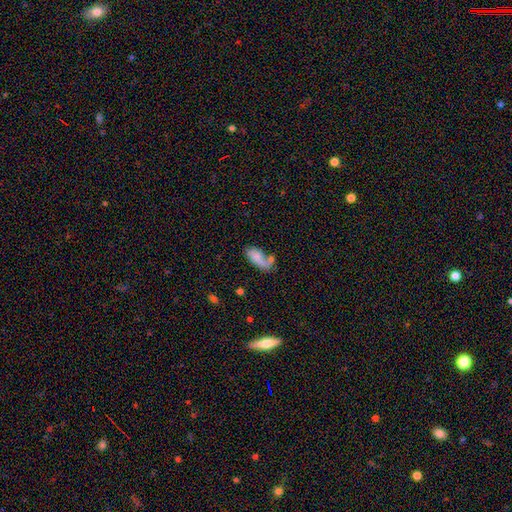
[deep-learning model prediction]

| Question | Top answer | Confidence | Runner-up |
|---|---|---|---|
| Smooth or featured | smooth | 59% | featured or disk (30%) |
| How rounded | in between | 81% | cigar-shaped (14%) |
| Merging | none | 35% | merger (23%) |